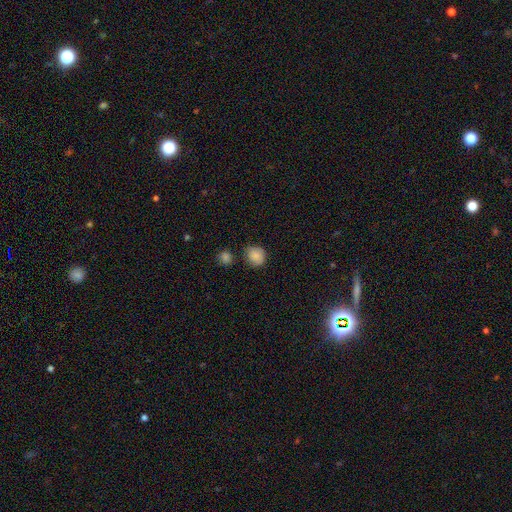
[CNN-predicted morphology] Overall: smooth (85%). How rounded: round (81%). Merging: none (76%).